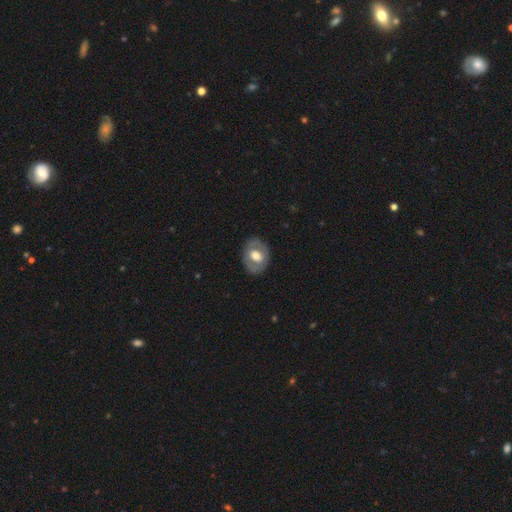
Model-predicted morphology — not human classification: The model was most divided on "smooth or featured" (2-way tie): smooth: 47%, featured or disk: 47%, star or artifact: 6%. More confident: merging — none (81%).